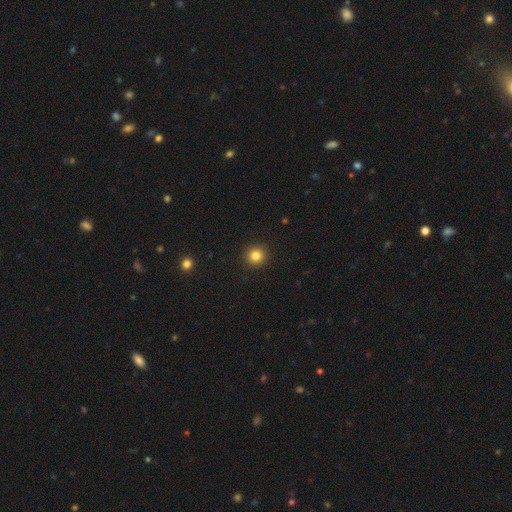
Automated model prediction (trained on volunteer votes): smooth_or_featured: smooth (p=0.83) [alt: star or artifact p=0.12]
how_rounded: round (p=0.93) [alt: in between p=0.06]
merging: none (p=0.92) [alt: minor disturbance p=0.05]